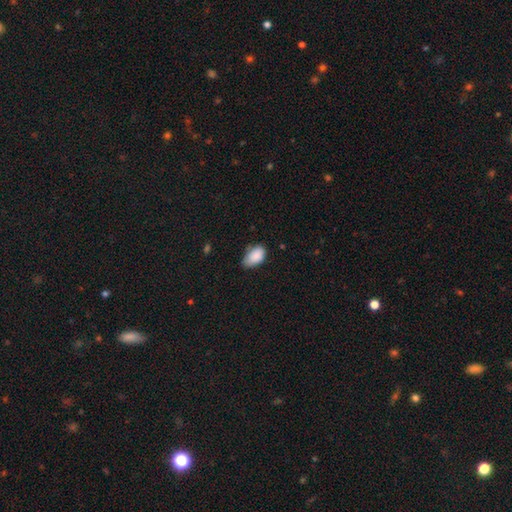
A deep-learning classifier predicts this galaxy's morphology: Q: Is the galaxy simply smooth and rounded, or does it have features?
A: smooth — 87%.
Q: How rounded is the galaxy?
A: in between — 93%.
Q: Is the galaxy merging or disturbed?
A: none — 56%.